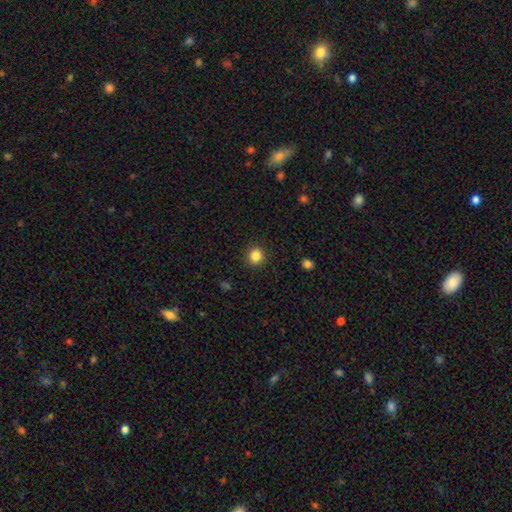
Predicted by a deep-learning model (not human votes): Smooth or featured: smooth — 84% (star or artifact — 11%)
How rounded: round — 92% (in between — 7%)
Merging: none — 92% (minor disturbance — 5%)